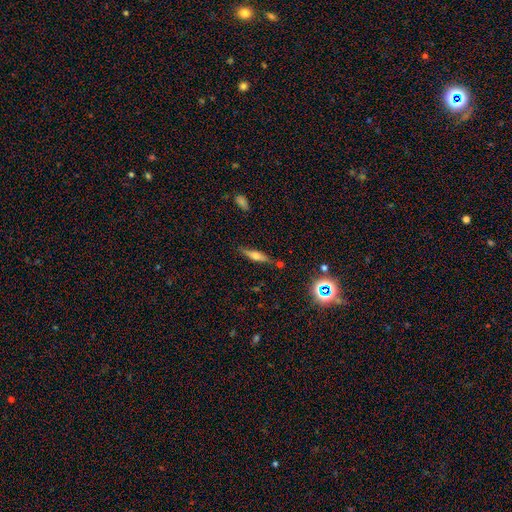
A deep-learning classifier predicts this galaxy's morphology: smooth-or-featured: featured or disk: 50% | smooth: 40% | star or artifact: 10%
  disk-edge-on: yes: 91% | no: 9%
  merging: none: 80% | minor disturbance: 13% | merger: 4% | major disturbance: 3%